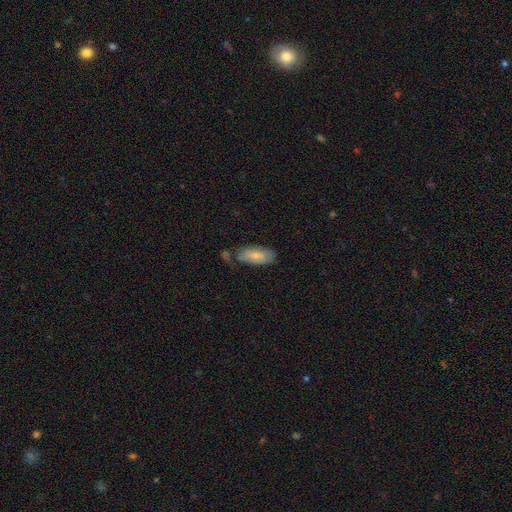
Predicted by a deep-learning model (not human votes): smooth_or_featured: smooth (p=0.78) [alt: featured or disk p=0.17]
how_rounded: in between (p=0.85) [alt: cigar-shaped p=0.13]
merging: none (p=0.63) [alt: minor disturbance p=0.22]